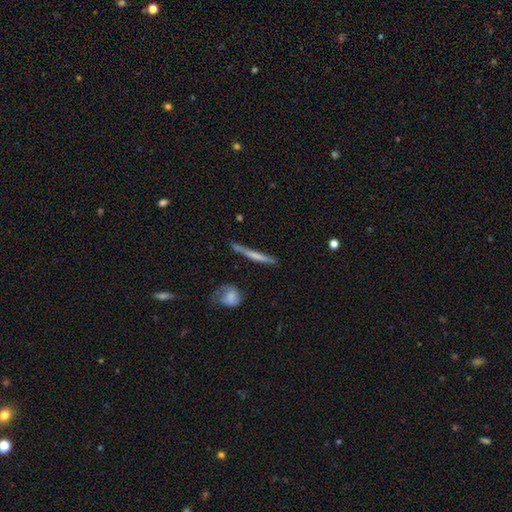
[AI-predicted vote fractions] Q: Smooth or featured?
A: smooth (55%); runner-up: featured or disk (39%)
Q: How rounded?
A: cigar-shaped (94%); runner-up: in between (4%)
Q: Merging?
A: none (75%); runner-up: minor disturbance (16%)